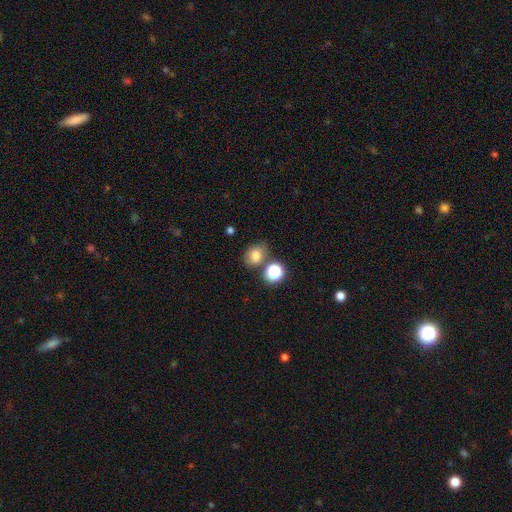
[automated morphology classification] Smooth or featured?
  - smooth: 76% *
  - star or artifact: 15%
  - featured or disk: 9%
How rounded?
  - round: 55% *
  - in between: 45%
  - cigar-shaped: 1%
Merging?
  - none: 67% *
  - merger: 15%
  - minor disturbance: 14%
  - major disturbance: 5%